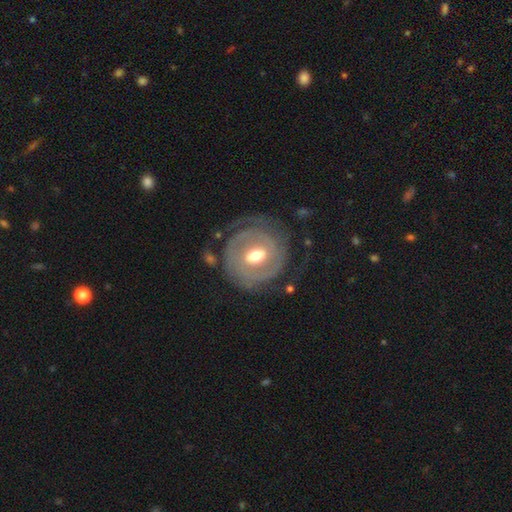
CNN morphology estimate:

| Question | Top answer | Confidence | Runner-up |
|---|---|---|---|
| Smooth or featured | featured or disk | 79% | smooth (16%) |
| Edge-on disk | no | 97% | yes (3%) |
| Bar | weak | 48% | no (31%) |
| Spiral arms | yes | 79% | no (21%) |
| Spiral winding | tight | 66% | medium (23%) |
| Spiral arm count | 2 | 43% | can't tell (28%) |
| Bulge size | moderate | 72% | large (15%) |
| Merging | none | 67% | minor disturbance (17%) |